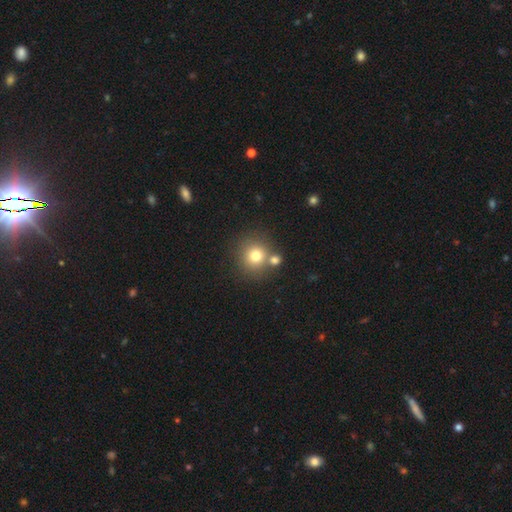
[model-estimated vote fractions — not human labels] Overall: smooth (75%). How rounded: round (91%). Merging: none (67%).